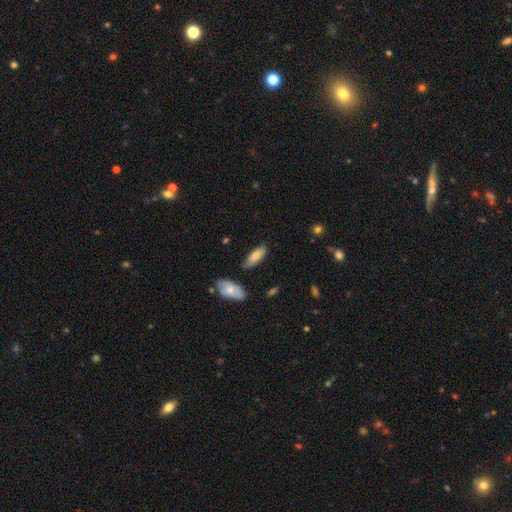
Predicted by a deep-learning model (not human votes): smooth_or_featured: smooth (p=0.80) [alt: featured or disk p=0.13]
how_rounded: in between (p=0.71) [alt: cigar-shaped p=0.27]
merging: none (p=0.73) [alt: minor disturbance p=0.19]